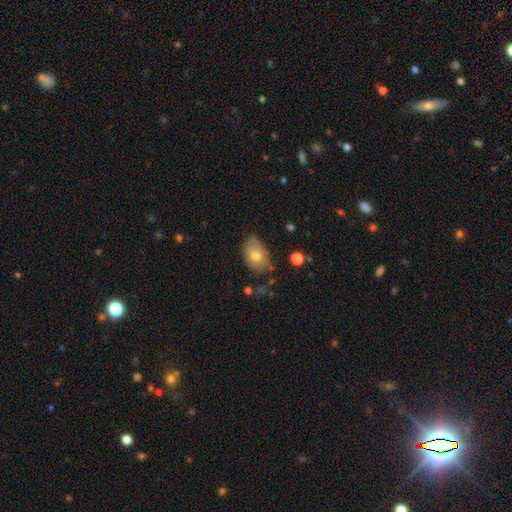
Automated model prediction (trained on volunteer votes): Smooth or featured? smooth (70%)
How rounded? in between (85%)
Merging? none (58%)